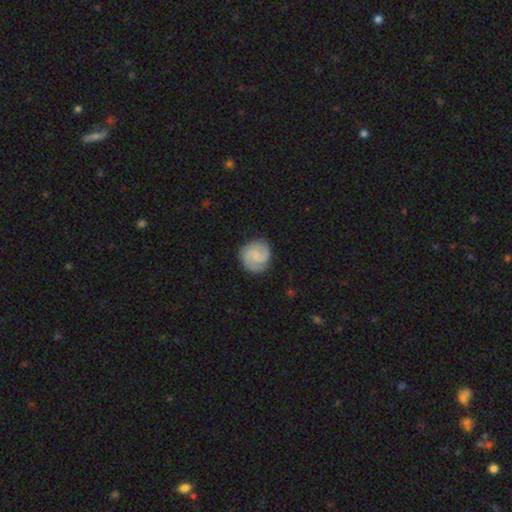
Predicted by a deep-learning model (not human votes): Overall: featured or disk (74%). Edge-on disk: no (98%). Bar: no (49%; weak 44%). Spiral arms: yes (97%). Spiral arm count: 2 (76%). Spiral winding: tight (49%; medium 42%). Bulge size: small (47%; none 38%). Merging: none (85%).